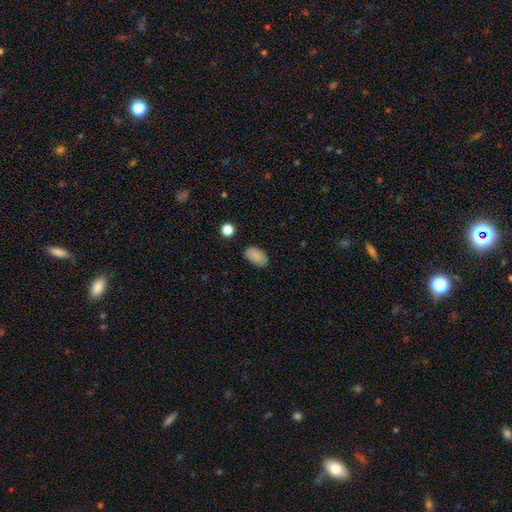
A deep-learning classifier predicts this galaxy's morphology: smooth_or_featured: smooth (p=0.87) [alt: star or artifact p=0.09]
how_rounded: in between (p=0.92) [alt: round p=0.06]
merging: none (p=0.83) [alt: minor disturbance p=0.13]